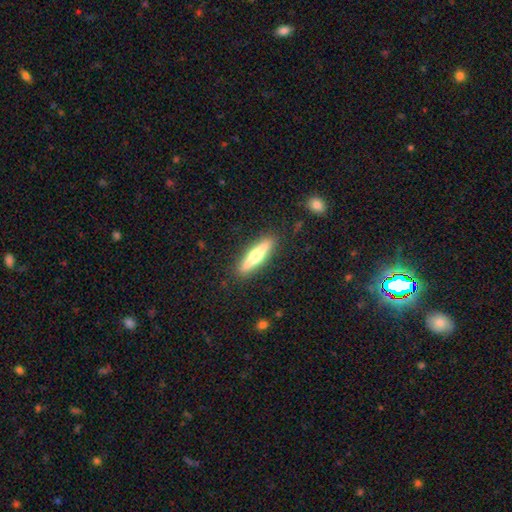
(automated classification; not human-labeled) smooth-or-featured: featured or disk: 50% | smooth: 44% | star or artifact: 6%
  disk-edge-on: yes: 94% | no: 6%
  merging: none: 89% | minor disturbance: 8% | major disturbance: 2% | merger: 1%